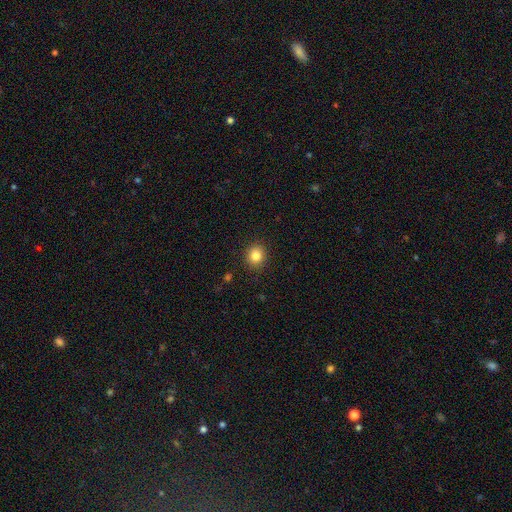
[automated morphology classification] This is clearly a smooth galaxy (83%). How rounded: likely round (80%). Merging: clearly none (91%).